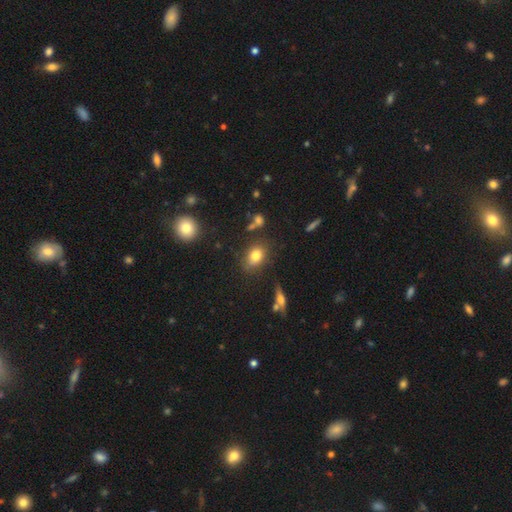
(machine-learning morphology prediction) The model was most divided on "how rounded": in between: 73%, round: 24%, cigar-shaped: 2%. More confident: smooth or featured — smooth (78%); merging — none (75%).